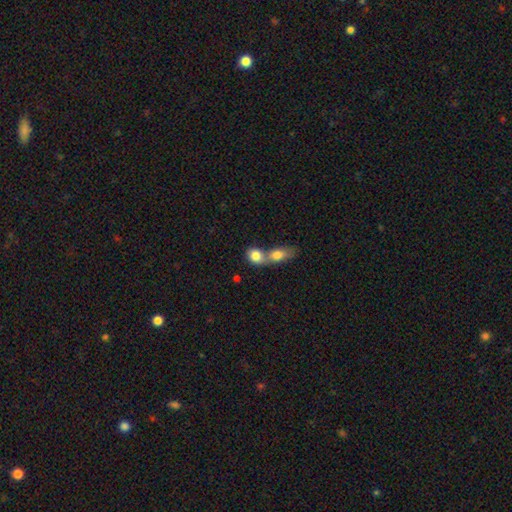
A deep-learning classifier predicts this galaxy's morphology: Smooth or featured? smooth (81%)
How rounded? in between (49%)
Merging? merger (70%)